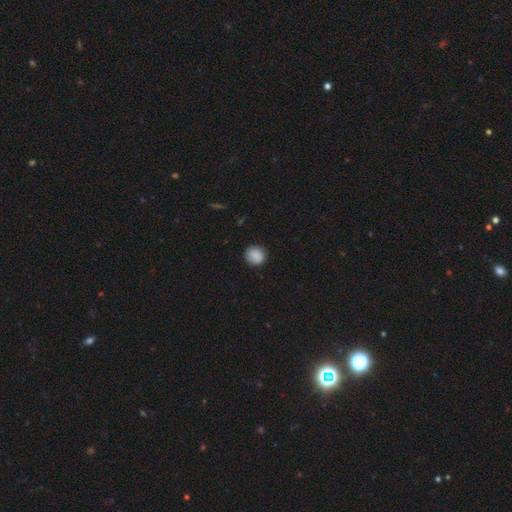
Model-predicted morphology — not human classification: Q: Smooth or featured?
A: smooth (87%); runner-up: star or artifact (8%)
Q: How rounded?
A: round (89%); runner-up: in between (10%)
Q: Merging?
A: none (87%); runner-up: minor disturbance (10%)